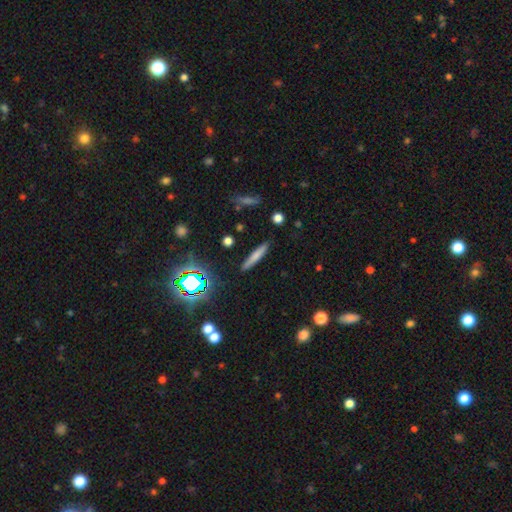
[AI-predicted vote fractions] smooth-or-featured: smooth: 69% | featured or disk: 19% | star or artifact: 11%
  how-rounded: cigar-shaped: 91% | in between: 7% | round: 2%
  merging: none: 87% | minor disturbance: 9% | major disturbance: 2% | merger: 2%